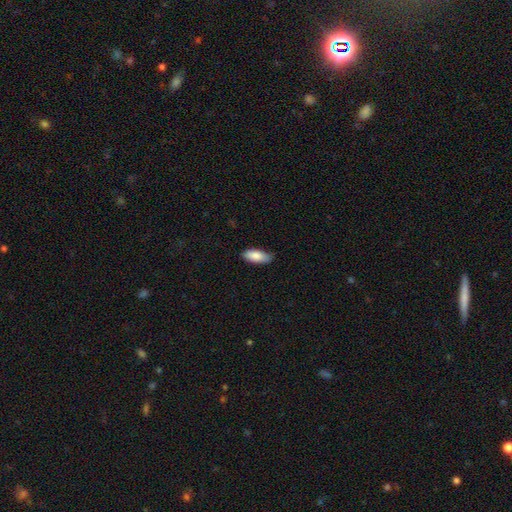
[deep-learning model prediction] A smooth galaxy with no disk features (86%) that is in between round and cigar-shaped (87%). Merging: none (78%).